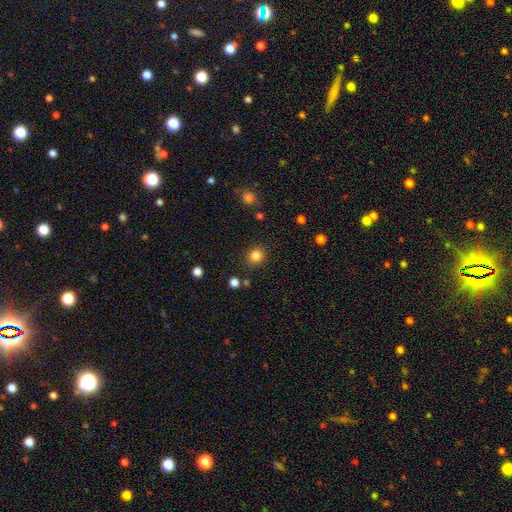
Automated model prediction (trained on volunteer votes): smooth_or_featured: smooth (p=0.84) [alt: star or artifact p=0.12]
how_rounded: round (p=0.83) [alt: in between p=0.16]
merging: none (p=0.86) [alt: minor disturbance p=0.09]